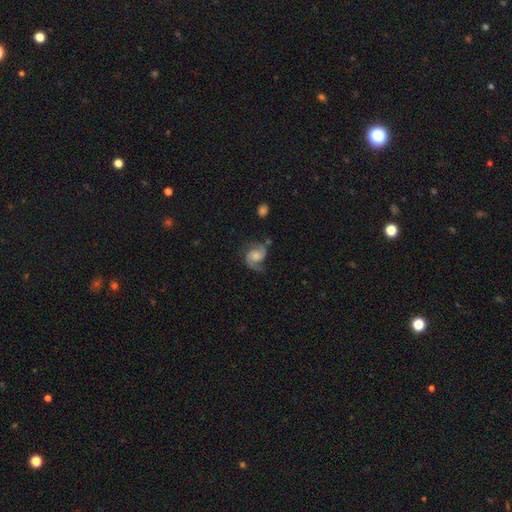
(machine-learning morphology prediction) type=featured or disk (86%); edge-on=no (98%); bar=no (64%); spiral arms=yes (97%); winding=medium (53%); arm count=2 (89%); bulge=moderate (40%); merging=none (69%).